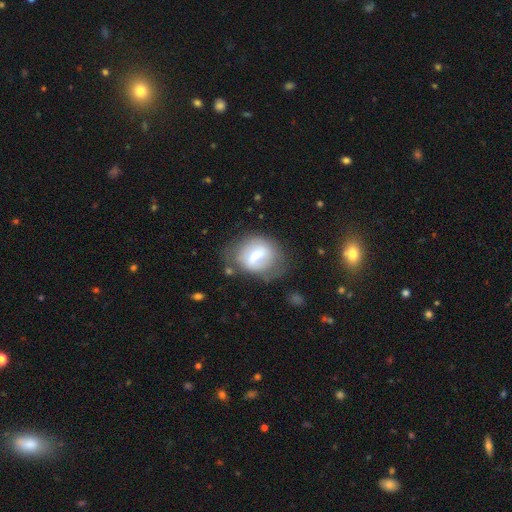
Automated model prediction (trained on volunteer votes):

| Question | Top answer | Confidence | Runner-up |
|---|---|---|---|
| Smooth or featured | featured or disk | 46% | tied: smooth (46%) |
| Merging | none | 59% | minor disturbance (23%) |